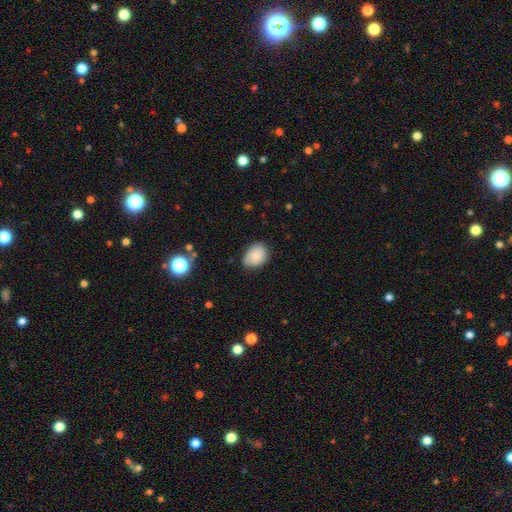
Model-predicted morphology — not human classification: smooth 82%, featured or disk 9%, star or artifact 9%. Down the decision tree: how rounded — in between (69%); merging — none (66%).